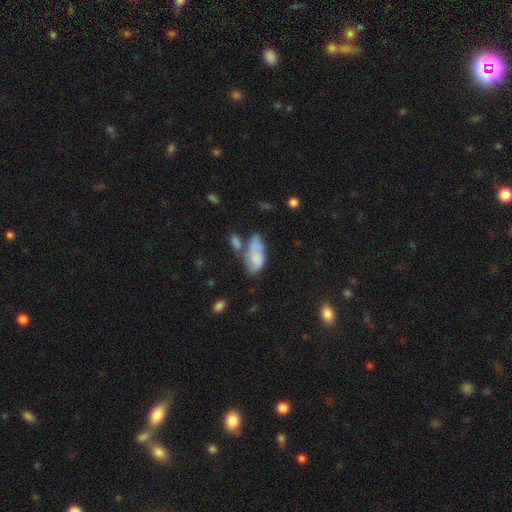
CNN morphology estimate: The model was most divided on "merging": merger: 31%, none: 30%, minor disturbance: 23%, major disturbance: 16%. More confident: how rounded — in between (90%); smooth or featured — smooth (56%).